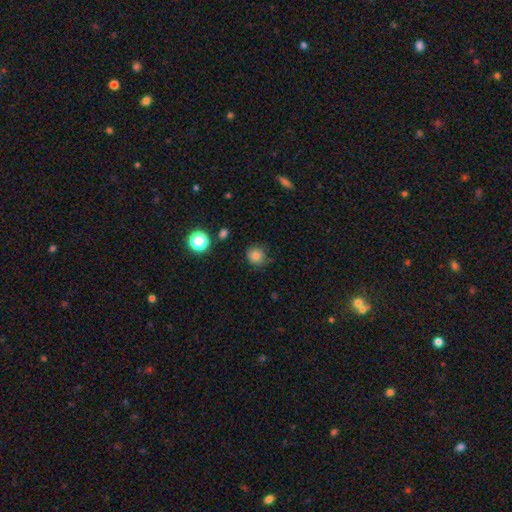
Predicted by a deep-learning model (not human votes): Smooth or featured?
  - smooth: 80% *
  - star or artifact: 13%
  - featured or disk: 6%
How rounded?
  - round: 90% *
  - in between: 9%
  - cigar-shaped: 1%
Merging?
  - none: 74% *
  - minor disturbance: 19%
  - major disturbance: 5%
  - merger: 2%